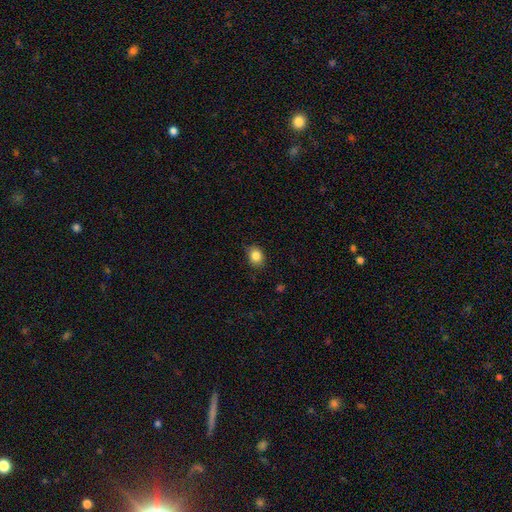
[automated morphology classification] This appears to be a smooth galaxy with no disk features (84%) that is in between round and cigar-shaped (52%). Merging: none (79%).